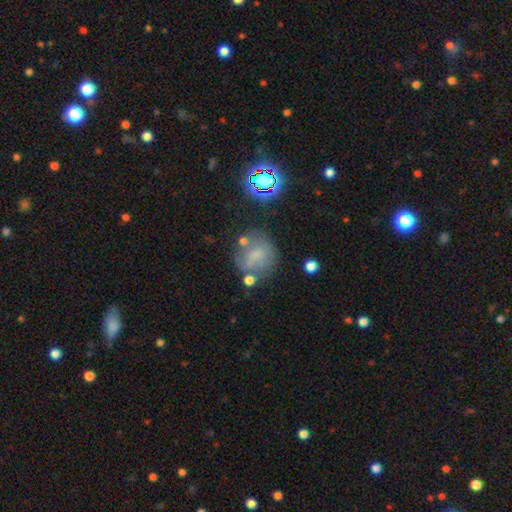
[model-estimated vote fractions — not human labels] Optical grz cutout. It shows a smooth galaxy with no disk features (52%) that is round (81%). Merging: none (54%).